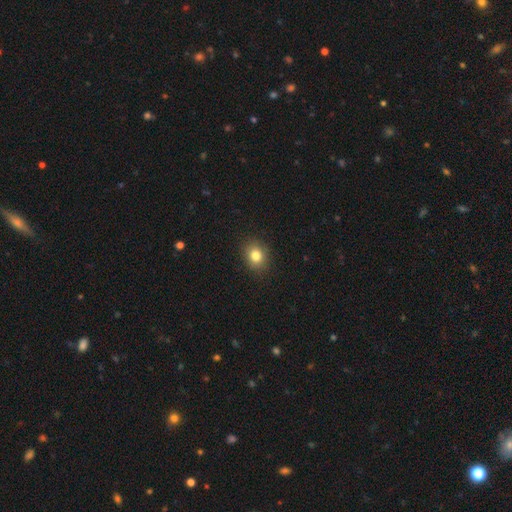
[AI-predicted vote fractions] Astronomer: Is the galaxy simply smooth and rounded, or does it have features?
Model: smooth — 81%.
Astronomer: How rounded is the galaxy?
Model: round — 62% (runner-up: in between, 37%).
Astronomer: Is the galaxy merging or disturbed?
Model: none — 89%.